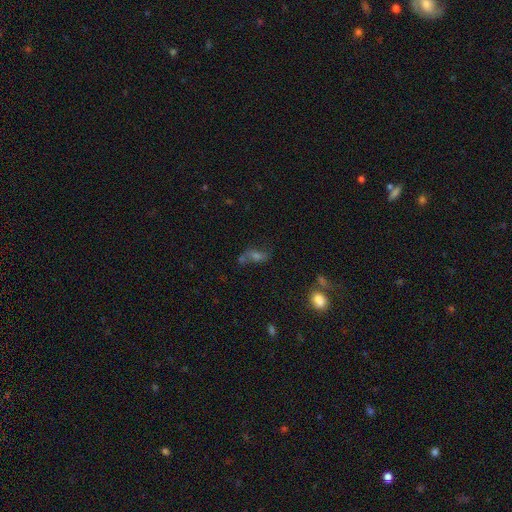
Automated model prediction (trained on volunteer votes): Q: Smooth or featured?
A: smooth (36%); runner-up: featured or disk (34%)
Q: Merging?
A: none (48%); runner-up: merger (20%)